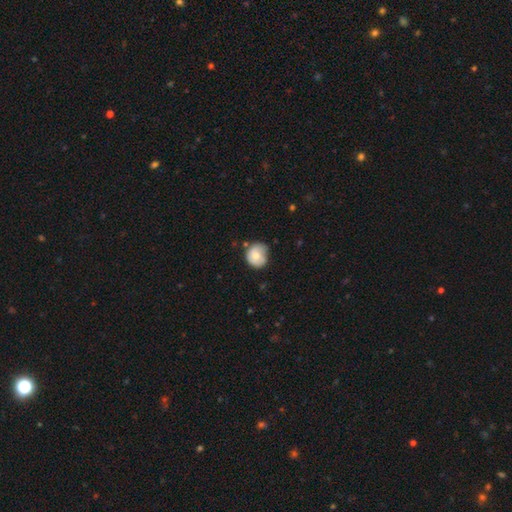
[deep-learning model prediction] Overall: smooth (69%). How rounded: round (78%). Merging: none (54%; minor disturbance 34%).